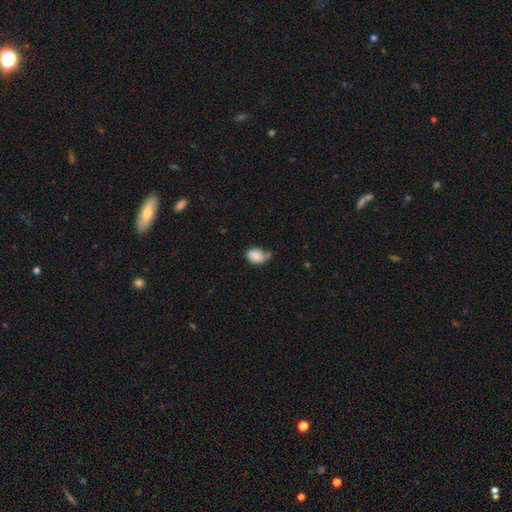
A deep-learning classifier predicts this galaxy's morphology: A smooth galaxy with no disk features (81%) that is in between round and cigar-shaped (77%).

Vote fractions:
- Smooth or featured? smooth: 81% / featured or disk: 11% / star or artifact: 8%
- How rounded? in between: 77% / round: 22% / cigar-shaped: 1%
- Merging? none: 40% / minor disturbance: 39% / major disturbance: 12% / merger: 8%